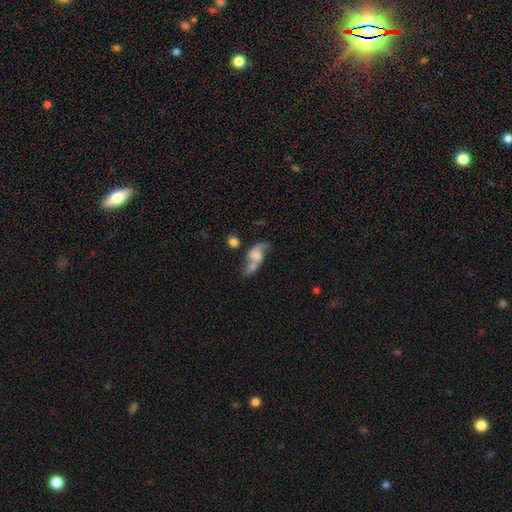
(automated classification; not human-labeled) Q: Smooth or featured?
A: featured or disk (58%); runner-up: smooth (32%)
Q: Edge-on disk?
A: no (94%); runner-up: yes (6%)
Q: Bar?
A: no (60%); runner-up: weak (31%)
Q: Spiral arms?
A: yes (78%); runner-up: no (22%)
Q: Bulge size?
A: none (38%); runner-up: small (23%)
Q: Merging?
A: merger (39%); runner-up: none (28%)